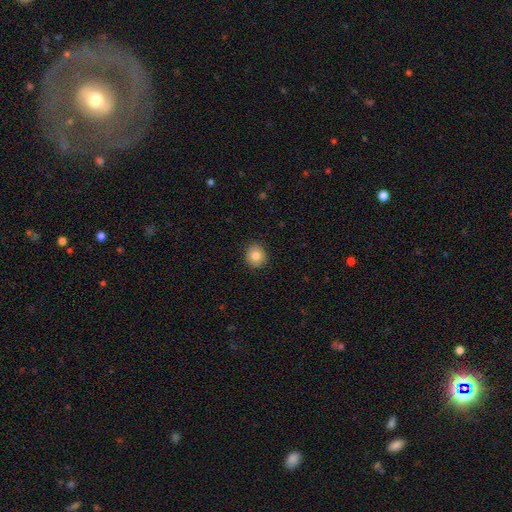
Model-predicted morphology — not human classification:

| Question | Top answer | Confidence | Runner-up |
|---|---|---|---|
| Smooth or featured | smooth | 81% | featured or disk (9%) |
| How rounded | round | 84% | in between (15%) |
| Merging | none | 90% | minor disturbance (7%) |